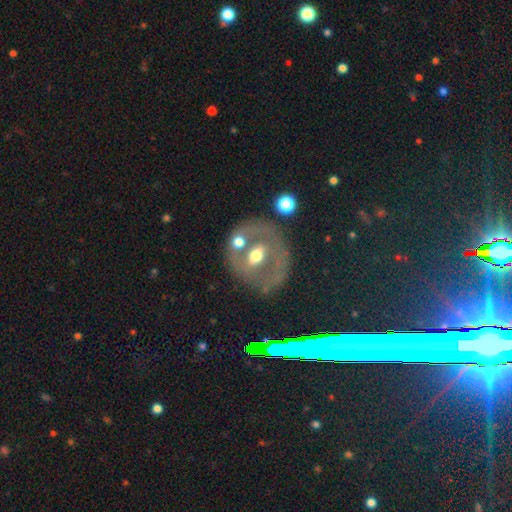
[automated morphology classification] Smooth or featured? Predicted: featured or disk (p=0.62). Edge-on disk? Predicted: no (p=0.92). Bar? Predicted: no (p=0.40). Spiral arms? Predicted: no (p=0.81). Bulge size? Predicted: moderate (p=0.73). Merging? Predicted: none (p=0.62).